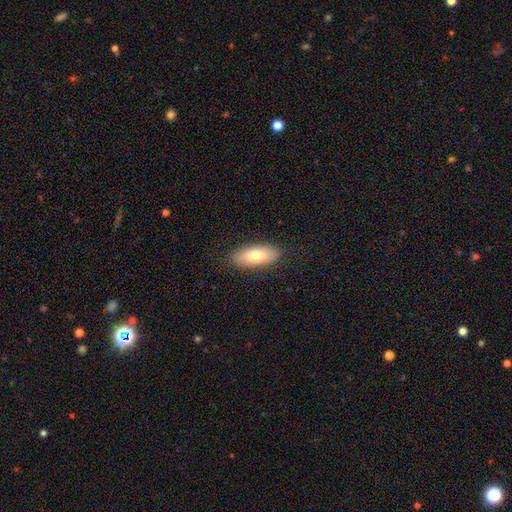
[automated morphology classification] A smooth galaxy with no disk features (77%) that is in between round and cigar-shaped (82%). Merging: none (87%).